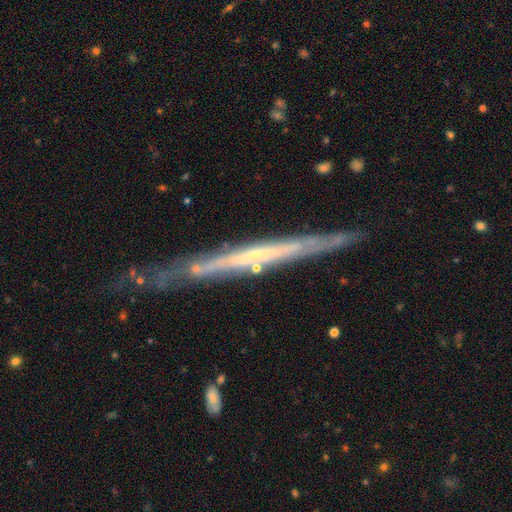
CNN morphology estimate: A featured or disk galaxy (76%) viewed edge-on (93%) with no central bulge (77%). Merging: none (75%).